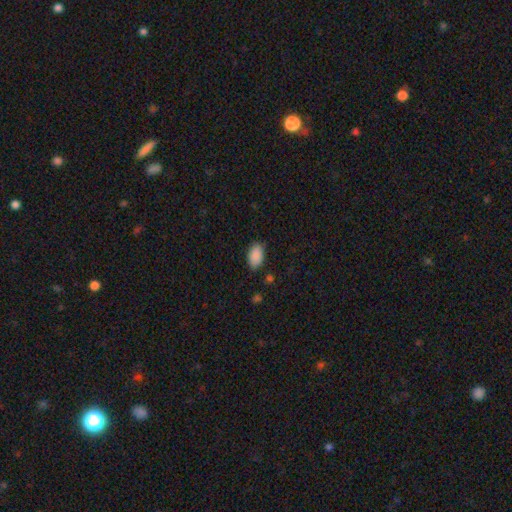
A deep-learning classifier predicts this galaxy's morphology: smooth_or_featured: smooth (p=0.90) [alt: star or artifact p=0.07]
how_rounded: in between (p=0.94) [alt: round p=0.05]
merging: none (p=0.85) [alt: minor disturbance p=0.11]